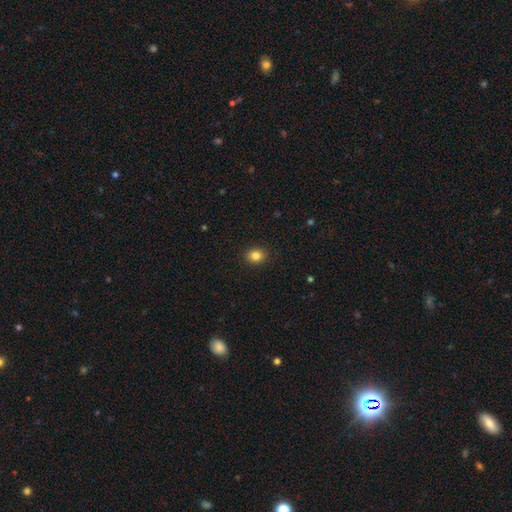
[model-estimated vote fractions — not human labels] smooth 84%, star or artifact 11%, featured or disk 5%. Down the decision tree: how rounded — round (61%); merging — none (90%).